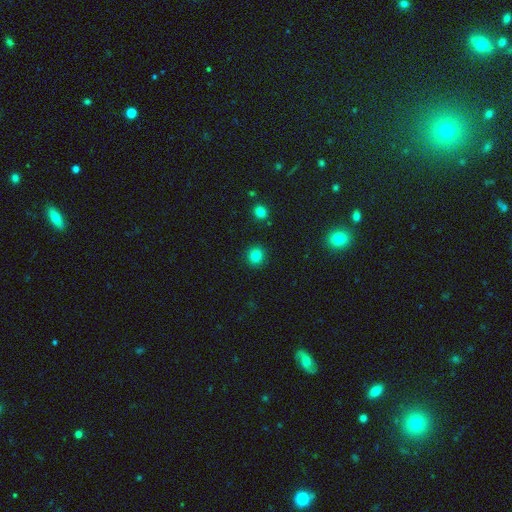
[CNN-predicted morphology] smooth 82%, star or artifact 12%, featured or disk 5%. Down the decision tree: how rounded — round (89%); merging — none (91%).